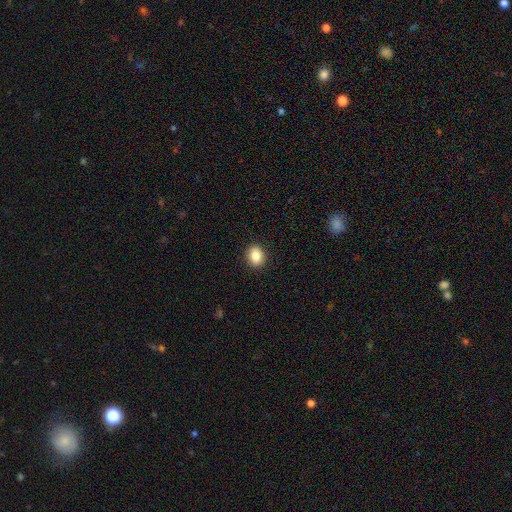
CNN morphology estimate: Overall: smooth (84%). How rounded: round (52%; in between 47%). Merging: none (91%).